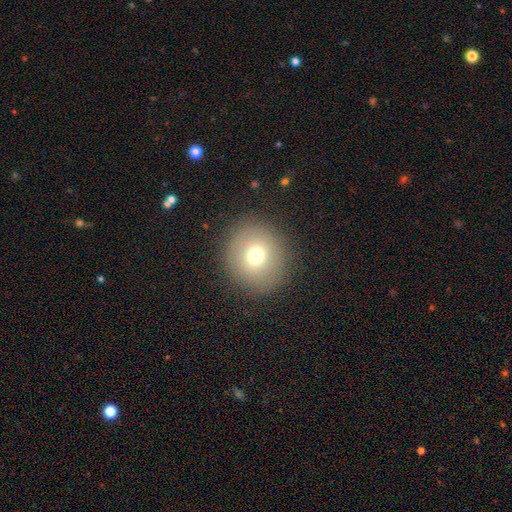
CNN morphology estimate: Q: Smooth or featured?
A: smooth (70%); runner-up: featured or disk (17%)
Q: How rounded?
A: round (86%); runner-up: in between (13%)
Q: Merging?
A: none (87%); runner-up: minor disturbance (8%)